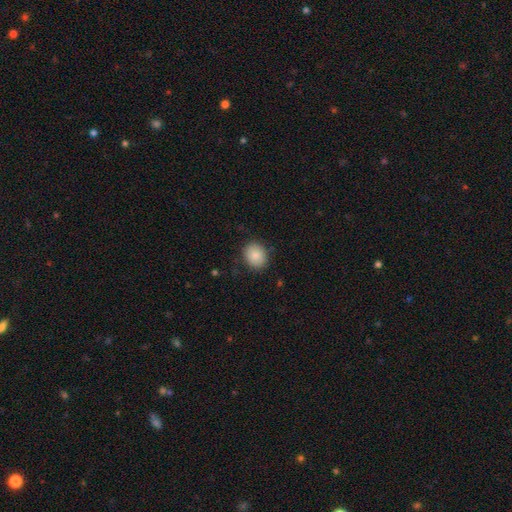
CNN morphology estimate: This appears to be a smooth galaxy with no disk features (86%) that is round (63%). Merging: none (86%).